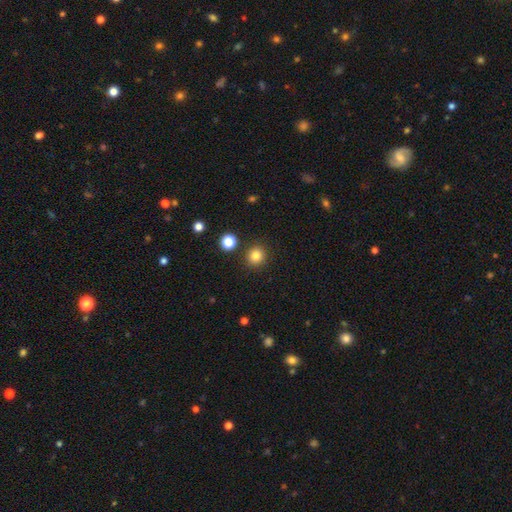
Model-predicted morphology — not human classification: type=smooth (83%); roundness=round (91%); merging=none (89%).